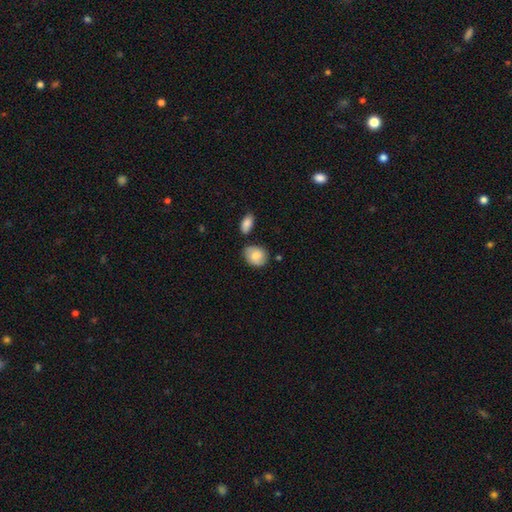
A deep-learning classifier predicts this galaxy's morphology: smooth_or_featured: smooth (p=0.72) [alt: featured or disk p=0.21]
how_rounded: in between (p=0.52) [alt: round p=0.47]
merging: none (p=0.67) [alt: minor disturbance p=0.20]